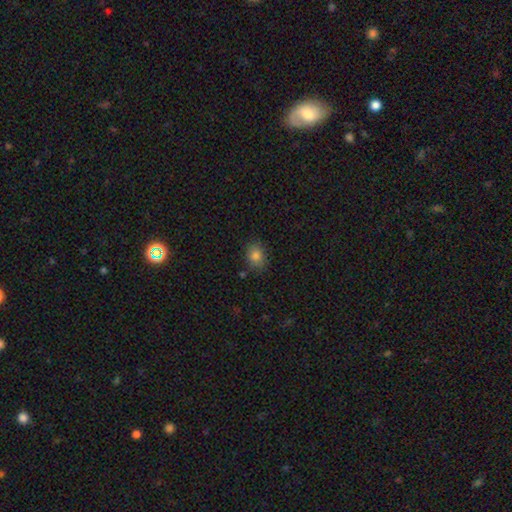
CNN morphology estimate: A smooth galaxy with no disk features (83%) that is in between round and cigar-shaped (56%).

Vote fractions:
- Smooth or featured? smooth: 83% / star or artifact: 11% / featured or disk: 7%
- How rounded? in between: 56% / round: 43% / cigar-shaped: 1%
- Merging? none: 82% / minor disturbance: 13% / major disturbance: 3% / merger: 2%